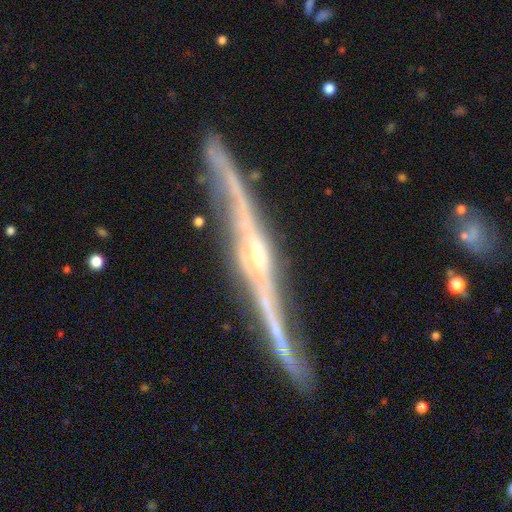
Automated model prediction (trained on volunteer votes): smooth-or-featured: featured or disk: 91% | star or artifact: 5% | smooth: 4%
  disk-edge-on: yes: 90% | no: 10%
    edge-on-bulge: rounded: 80% | none: 13% | boxy: 7%
  merging: none: 80% | minor disturbance: 14% | major disturbance: 4% | merger: 3%